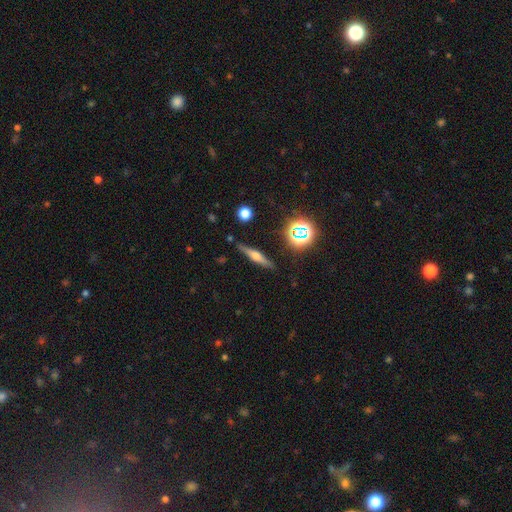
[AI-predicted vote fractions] smooth-or-featured: featured or disk: 57% | smooth: 31% | star or artifact: 12%
  disk-edge-on: yes: 95% | no: 5%
    edge-on-bulge: rounded: 82% | boxy: 13% | none: 6%
  merging: none: 86% | minor disturbance: 9% | major disturbance: 2% | merger: 2%